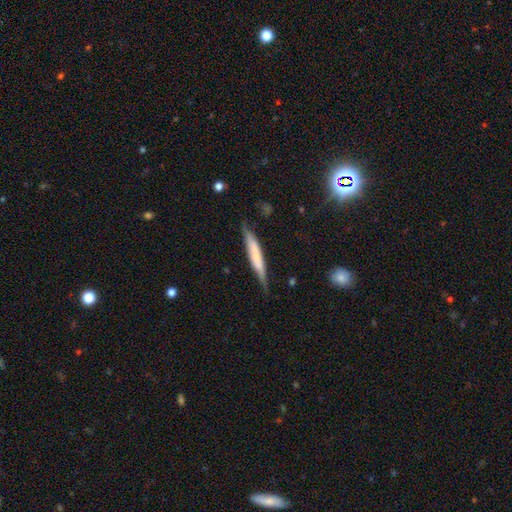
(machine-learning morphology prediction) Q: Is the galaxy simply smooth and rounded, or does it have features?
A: smooth — 54%.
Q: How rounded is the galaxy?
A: cigar-shaped — 92%.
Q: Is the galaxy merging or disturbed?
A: none — 72%.